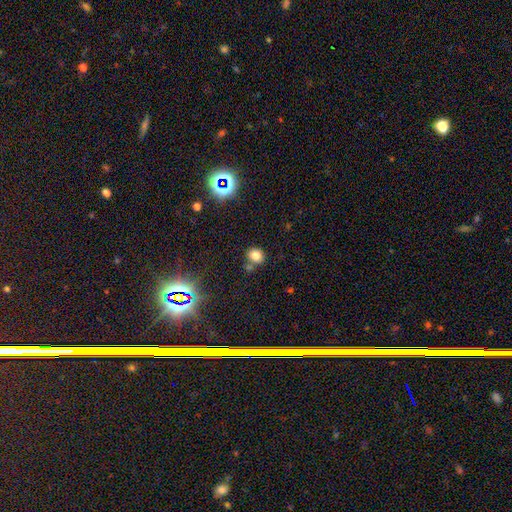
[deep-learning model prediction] This is likely a smooth galaxy (77%). How rounded: likely round (71%). Merging: likely none (68%).